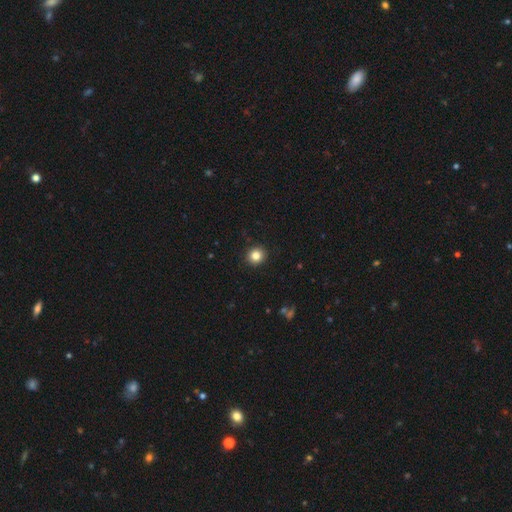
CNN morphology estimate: type=smooth (84%); roundness=round (90%); merging=none (92%).